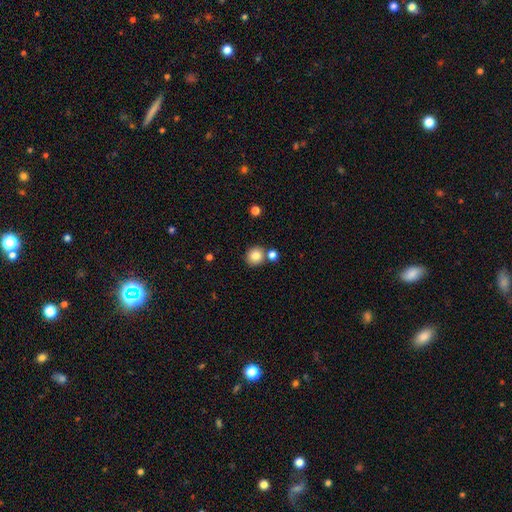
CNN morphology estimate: Smooth or featured?
  - smooth: 82% *
  - star or artifact: 11%
  - featured or disk: 8%
How rounded?
  - round: 89% *
  - in between: 10%
  - cigar-shaped: 1%
Merging?
  - none: 72% *
  - merger: 17%
  - minor disturbance: 8%
  - major disturbance: 2%